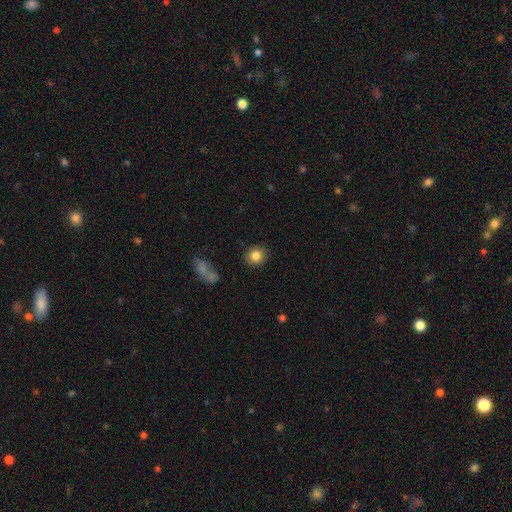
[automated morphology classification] Smooth or featured? smooth (83%)
How rounded? round (84%)
Merging? none (90%)